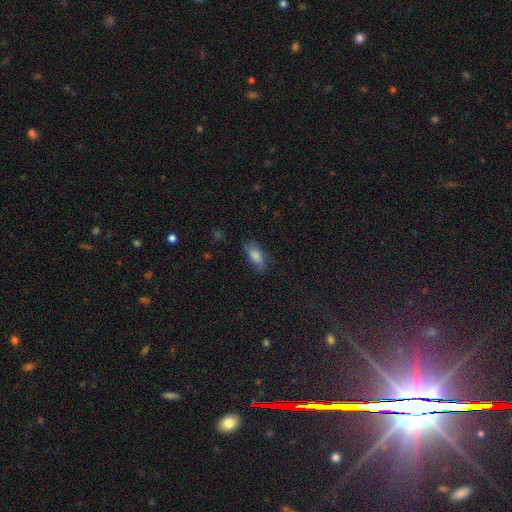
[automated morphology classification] This is likely a smooth galaxy (79%). How rounded: clearly in between (83%). Merging: likely none (72%).